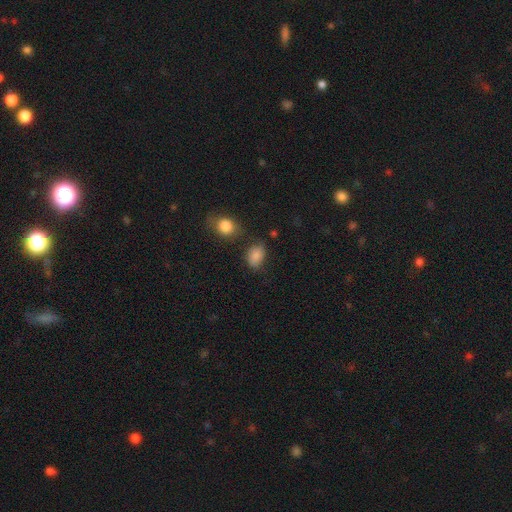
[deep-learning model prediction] Morphology: type=smooth (84%); roundness=in between (82%); merging=none (65%).